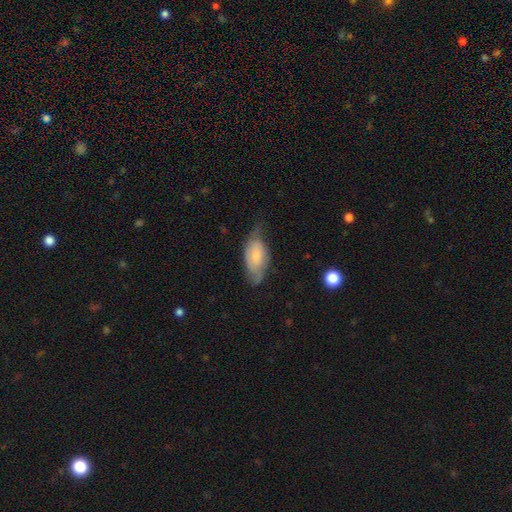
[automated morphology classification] Smooth or featured: smooth — 54% (featured or disk — 39%)
How rounded: in between — 90% (cigar-shaped — 6%)
Merging: none — 42% (minor disturbance — 38%)